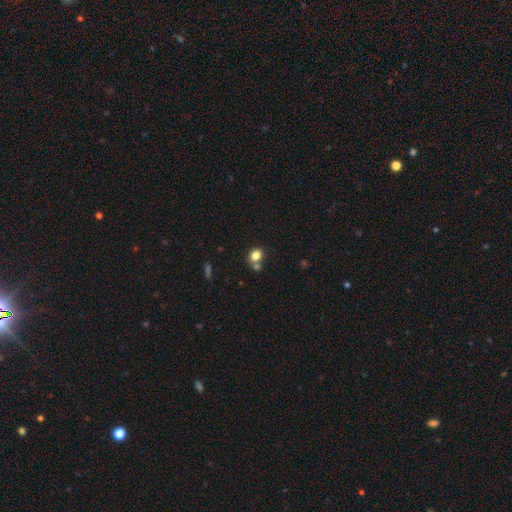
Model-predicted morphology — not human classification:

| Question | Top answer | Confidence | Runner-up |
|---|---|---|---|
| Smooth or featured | smooth | 80% | star or artifact (12%) |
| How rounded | round | 72% | in between (27%) |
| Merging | none | 55% | merger (30%) |